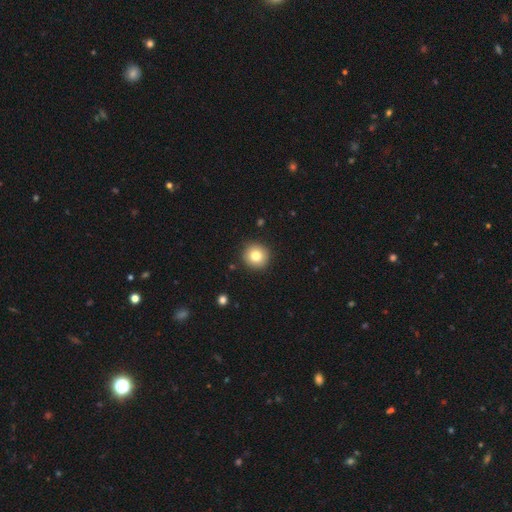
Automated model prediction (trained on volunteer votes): The model was most divided on "smooth or featured": smooth: 80%, star or artifact: 10%, featured or disk: 9%. More confident: how rounded — round (94%); merging — none (91%).